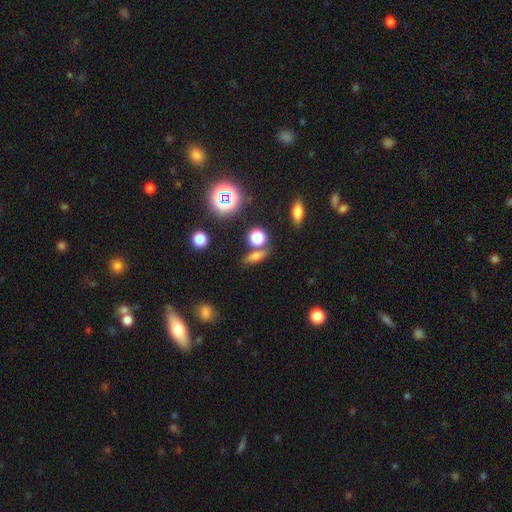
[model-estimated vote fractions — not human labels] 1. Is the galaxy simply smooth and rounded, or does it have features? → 63% smooth, 22% star or artifact, 15% featured or disk.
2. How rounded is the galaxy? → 45% in between, 31% cigar-shaped, 24% round.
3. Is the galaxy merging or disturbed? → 68% none, 16% merger, 11% minor disturbance, 5% major disturbance.